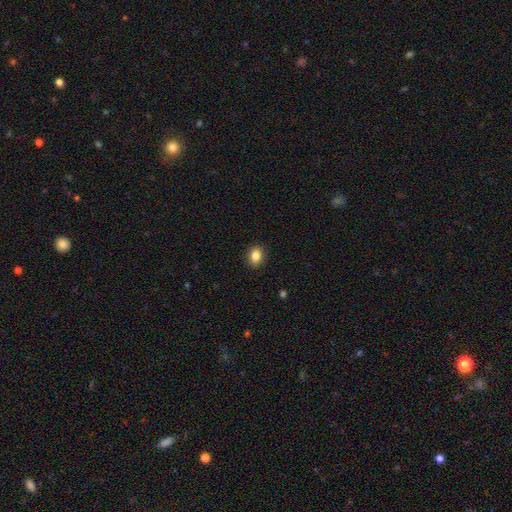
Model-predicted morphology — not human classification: smooth 85%, star or artifact 9%, featured or disk 5%. Down the decision tree: how rounded — in between (66%); merging — none (90%).